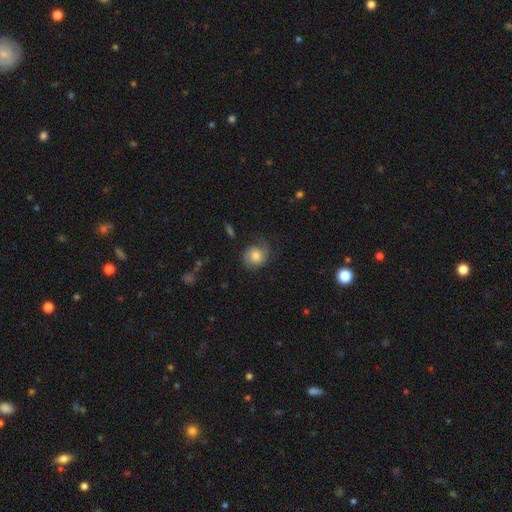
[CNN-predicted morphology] The model was most divided on "smooth or featured": smooth: 60%, featured or disk: 32%, star or artifact: 8%. More confident: how rounded — round (75%); merging — none (58%).